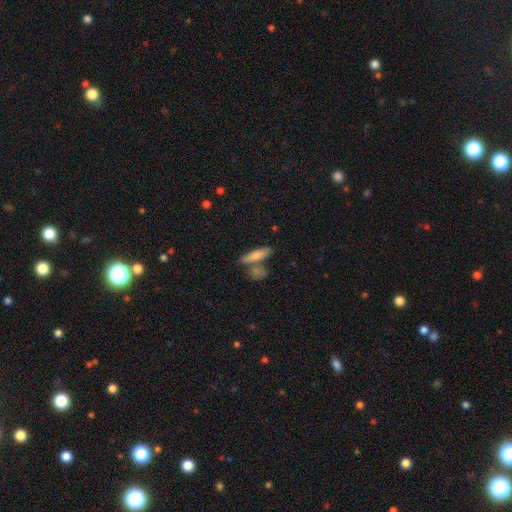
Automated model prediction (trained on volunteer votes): Smooth or featured: smooth — 79% (featured or disk — 15%)
How rounded: cigar-shaped — 62% (in between — 35%)
Merging: none — 63% (merger — 22%)